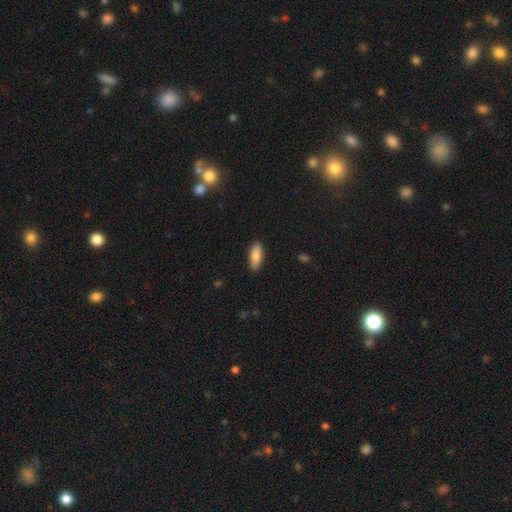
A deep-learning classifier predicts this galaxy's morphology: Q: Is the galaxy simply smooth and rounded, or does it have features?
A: smooth — 84%.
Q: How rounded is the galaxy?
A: in between — 72%.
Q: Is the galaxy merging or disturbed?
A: none — 88%.